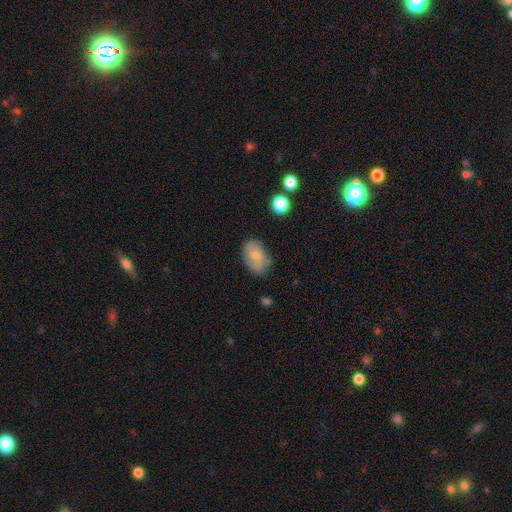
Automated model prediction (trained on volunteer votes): A smooth galaxy with no disk features (76%) that is in between round and cigar-shaped (87%). Merging: none (69%).